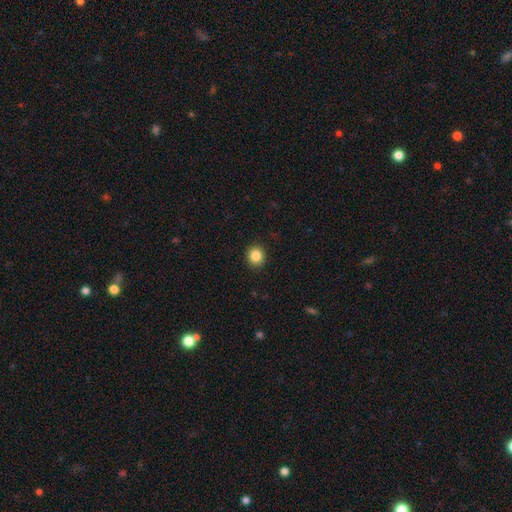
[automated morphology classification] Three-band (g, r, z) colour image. It shows a smooth galaxy with no disk features (85%) that is round (87%). Merging: none (92%).